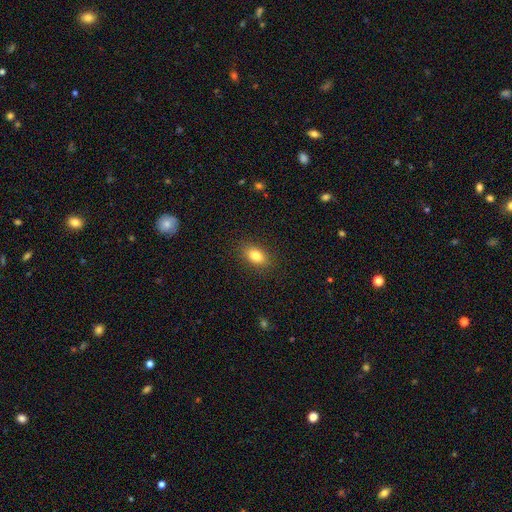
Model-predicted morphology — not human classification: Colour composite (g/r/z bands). It shows a smooth galaxy with no disk features (82%) that is in between round and cigar-shaped (85%). Merging: none (88%).